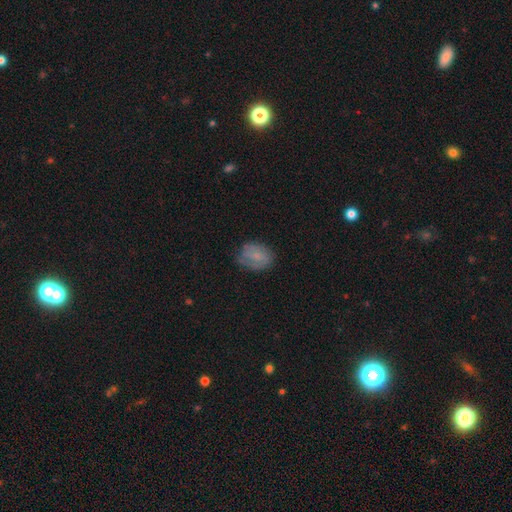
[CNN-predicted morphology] Smooth or featured? smooth (67%)
How rounded? in between (63%)
Merging? none (61%)